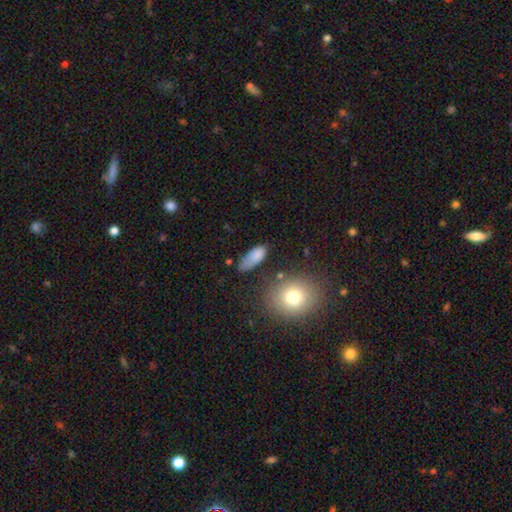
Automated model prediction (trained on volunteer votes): Smooth or featured?
  - smooth: 80% *
  - featured or disk: 11%
  - star or artifact: 9%
How rounded?
  - in between: 81% *
  - cigar-shaped: 15%
  - round: 4%
Merging?
  - none: 53% *
  - minor disturbance: 30%
  - major disturbance: 11%
  - merger: 6%